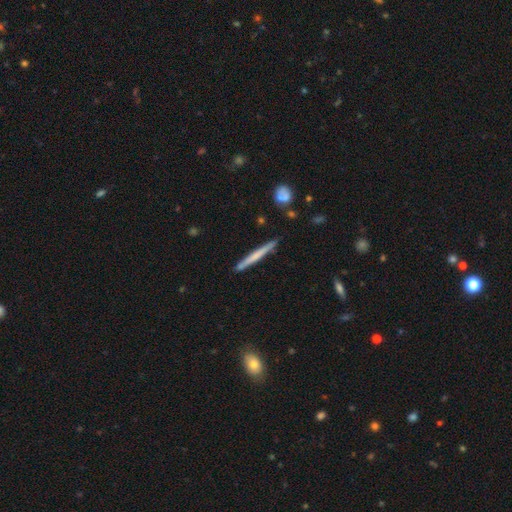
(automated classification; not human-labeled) Morphology: type=smooth (52%); roundness=cigar-shaped (97%); merging=none (88%).